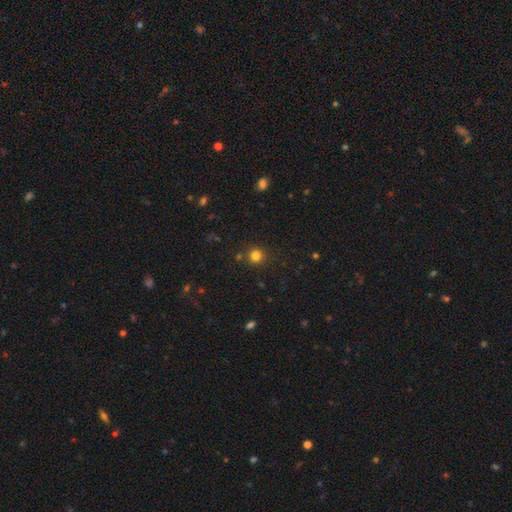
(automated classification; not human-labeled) This appears to be a smooth galaxy with no disk features (80%) that is round (92%). Merging: none (85%).